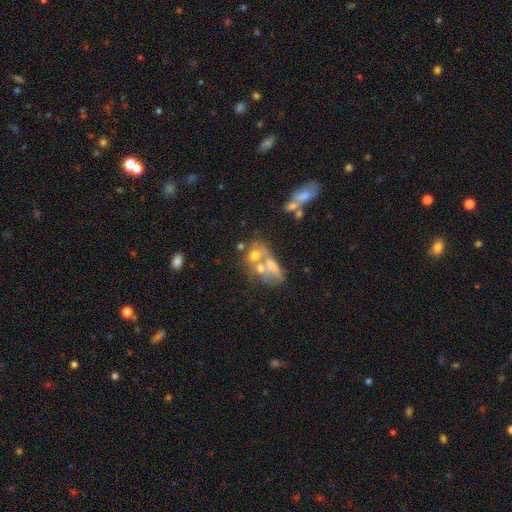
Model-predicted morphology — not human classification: The model was most divided on "smooth or featured": smooth: 42%, featured or disk: 41%, star or artifact: 17%. More confident: merging — merger (55%).